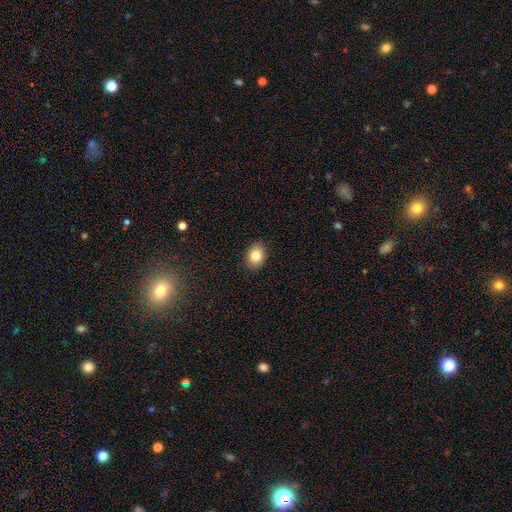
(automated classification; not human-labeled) This appears to be a smooth galaxy with no disk features (82%) that is in between round and cigar-shaped (66%). Merging: none (90%).